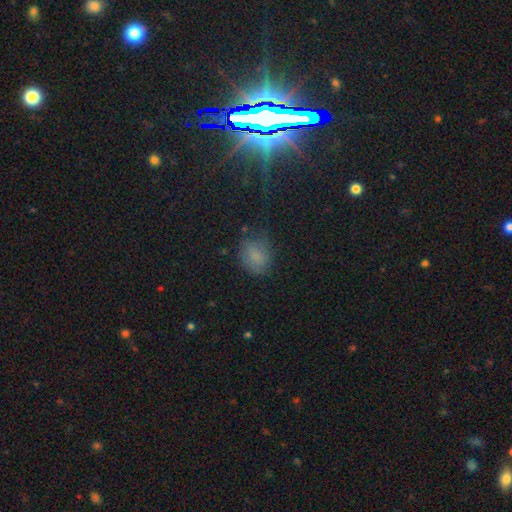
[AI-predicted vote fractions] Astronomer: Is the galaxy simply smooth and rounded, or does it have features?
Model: smooth — 75%.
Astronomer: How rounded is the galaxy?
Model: in between — 61% (runner-up: round, 38%).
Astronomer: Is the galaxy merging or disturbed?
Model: none — 68%.